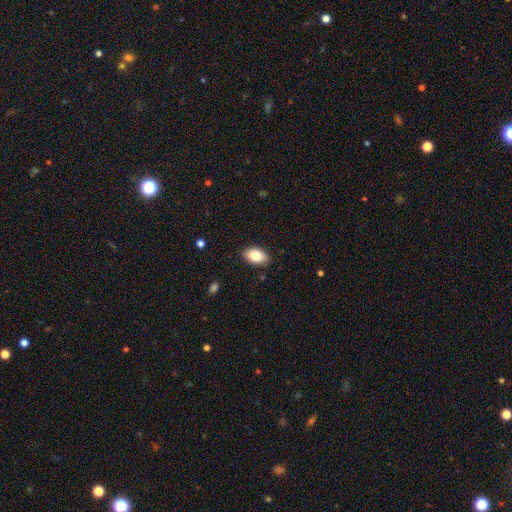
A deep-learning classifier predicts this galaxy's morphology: smooth-or-featured: smooth: 83% | featured or disk: 10% | star or artifact: 7%
  how-rounded: in between: 92% | round: 6% | cigar-shaped: 2%
  merging: none: 87% | minor disturbance: 10% | major disturbance: 2% | merger: 1%